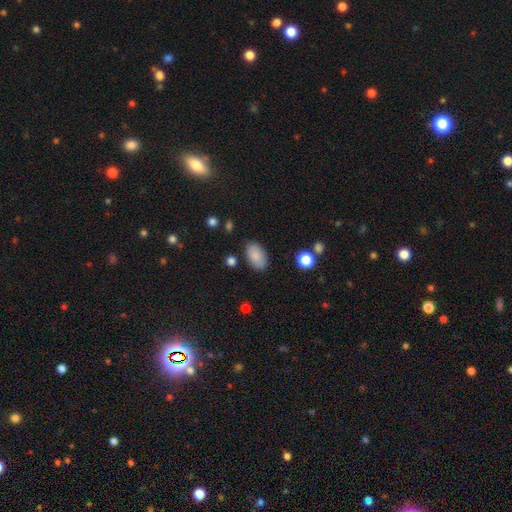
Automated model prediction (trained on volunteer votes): The model was most divided on "merging": none: 84%, minor disturbance: 11%, major disturbance: 3%, merger: 2%. More confident: how rounded — in between (93%); smooth or featured — smooth (86%).